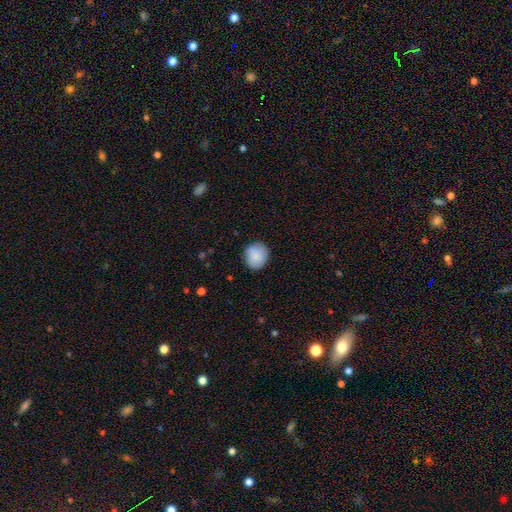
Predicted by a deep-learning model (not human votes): Smooth or featured? Predicted: smooth (p=0.87). How rounded? Predicted: round (p=0.75). Merging? Predicted: none (p=0.85).